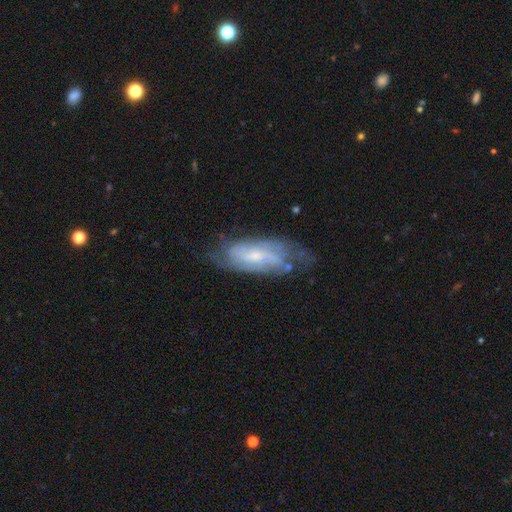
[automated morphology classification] This appears to be a featured or disk galaxy (74%) with no bar (44%), tight (45%) spiral arms (88%) and a small central bulge (64%). Merging: none (64%).